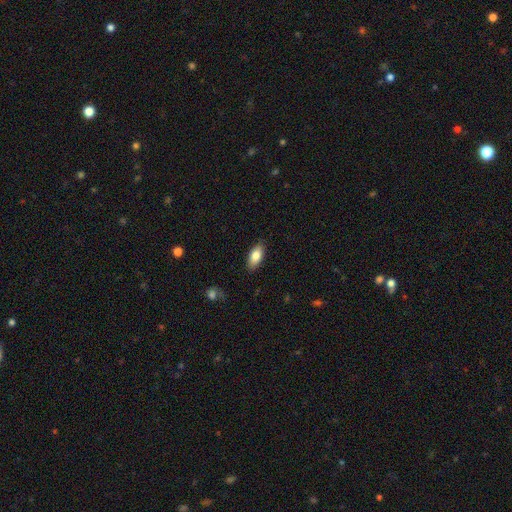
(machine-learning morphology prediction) Smooth or featured: smooth — 81% (featured or disk — 12%)
How rounded: in between — 88% (cigar-shaped — 9%)
Merging: none — 87% (minor disturbance — 10%)